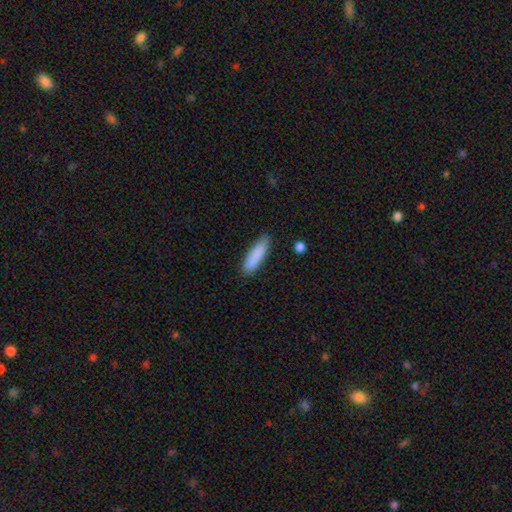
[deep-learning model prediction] Morphology: type=smooth (86%); roundness=cigar-shaped (69%); merging=none (82%).